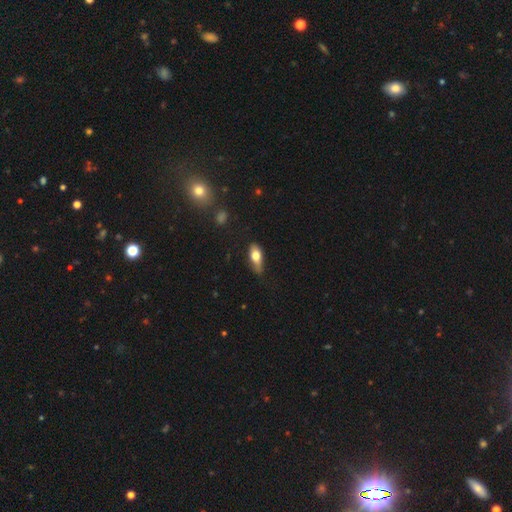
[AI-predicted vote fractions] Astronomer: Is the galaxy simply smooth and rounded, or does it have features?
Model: smooth — 67%.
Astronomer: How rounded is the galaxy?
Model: in between — 76%.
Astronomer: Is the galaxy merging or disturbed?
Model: none — 60%.